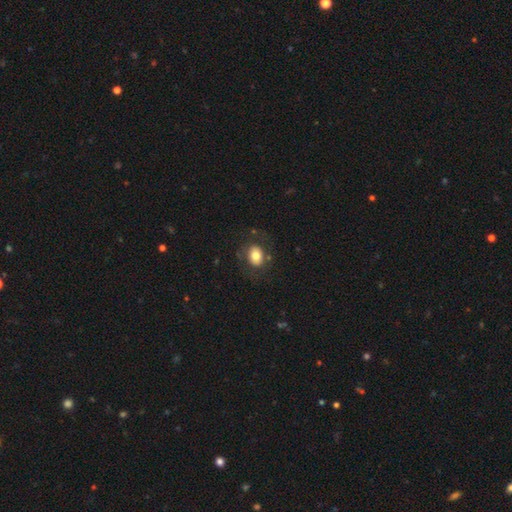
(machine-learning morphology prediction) The model was most divided on "how rounded": in between: 59%, round: 40%, cigar-shaped: 1%. More confident: merging — none (77%); smooth or featured — smooth (76%).